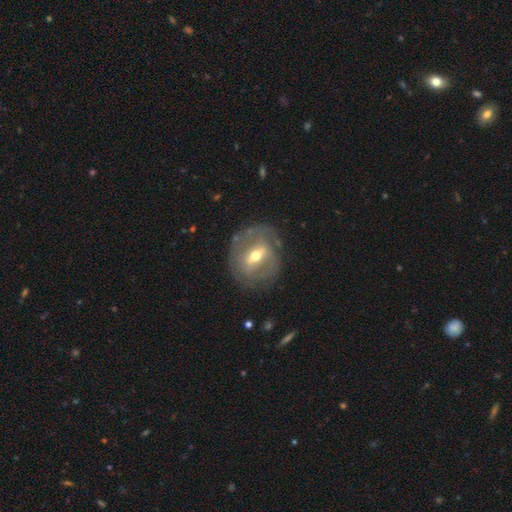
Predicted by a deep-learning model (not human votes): smooth_or_featured: featured or disk (p=0.74) [alt: smooth p=0.20]
disk_edge_on: no (p=0.92) [alt: yes p=0.08]
bar: strong (p=0.45) [alt: weak p=0.40]
has_spiral_arms: yes (p=0.62) [alt: no p=0.38]
bulge_size: moderate (p=0.68) [alt: small p=0.25]
merging: none (p=0.71) [alt: minor disturbance p=0.18]